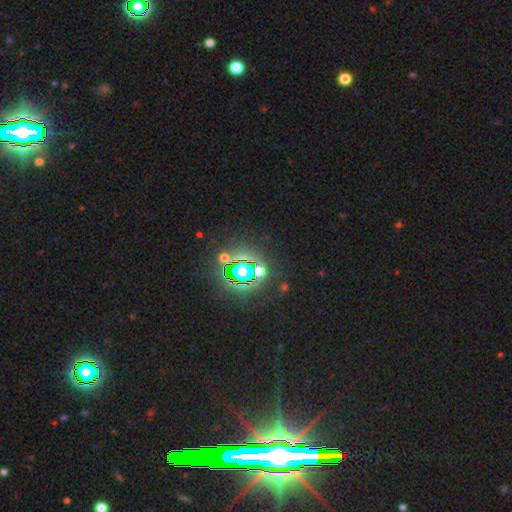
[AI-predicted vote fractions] Morphology: type=star or artifact (84%).